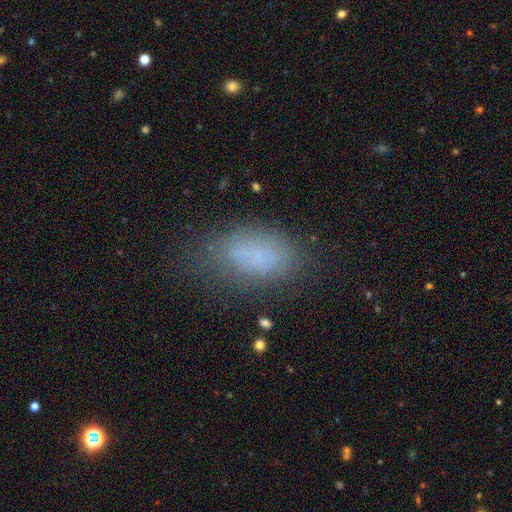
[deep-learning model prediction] smooth-or-featured: smooth: 74% | featured or disk: 14% | star or artifact: 13%
  how-rounded: in between: 90% | round: 6% | cigar-shaped: 4%
  merging: none: 59% | minor disturbance: 25% | major disturbance: 13% | merger: 3%